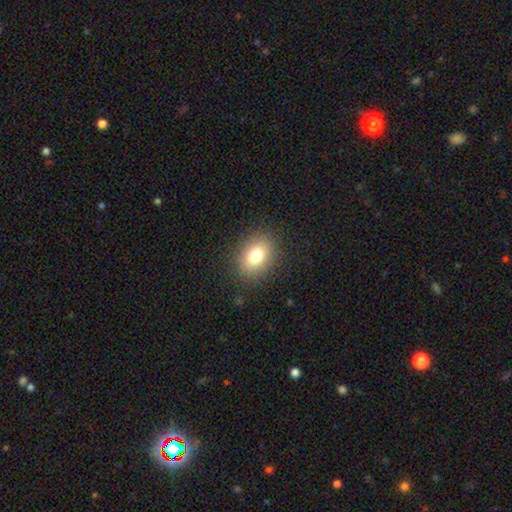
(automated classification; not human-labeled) Smooth or featured?
  - smooth: 79% *
  - featured or disk: 11%
  - star or artifact: 10%
How rounded?
  - in between: 69% *
  - round: 30%
  - cigar-shaped: 1%
Merging?
  - none: 85% *
  - minor disturbance: 10%
  - major disturbance: 4%
  - merger: 1%